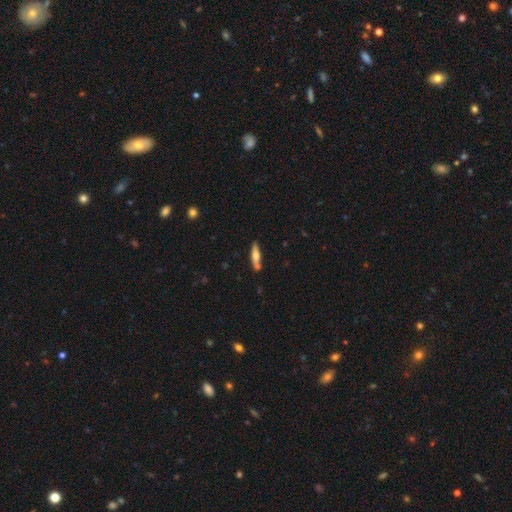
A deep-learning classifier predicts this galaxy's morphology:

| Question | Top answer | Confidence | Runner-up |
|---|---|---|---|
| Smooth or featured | smooth | 53% | featured or disk (41%) |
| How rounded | cigar-shaped | 74% | in between (24%) |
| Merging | none | 77% | minor disturbance (14%) |